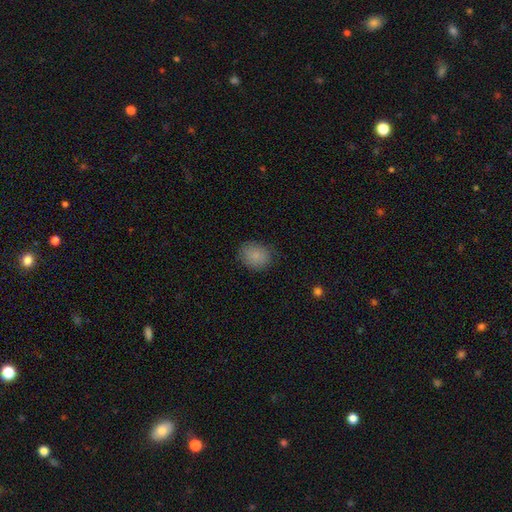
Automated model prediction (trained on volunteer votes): A smooth galaxy with no disk features (86%) that is round (54%). Merging: none (80%).